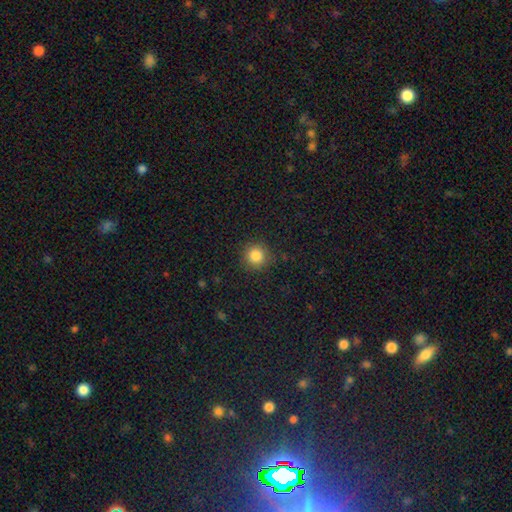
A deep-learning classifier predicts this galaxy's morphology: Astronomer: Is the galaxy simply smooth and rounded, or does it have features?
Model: smooth — 85%.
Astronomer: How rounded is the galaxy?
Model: round — 94%.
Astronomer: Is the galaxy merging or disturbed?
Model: none — 89%.